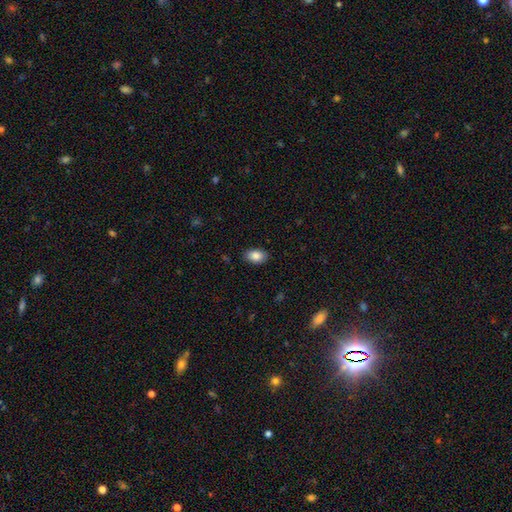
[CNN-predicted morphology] Smooth or featured?
  - smooth: 86% *
  - star or artifact: 8%
  - featured or disk: 6%
How rounded?
  - in between: 89% *
  - round: 10%
  - cigar-shaped: 1%
Merging?
  - none: 88% *
  - minor disturbance: 9%
  - major disturbance: 2%
  - merger: 1%